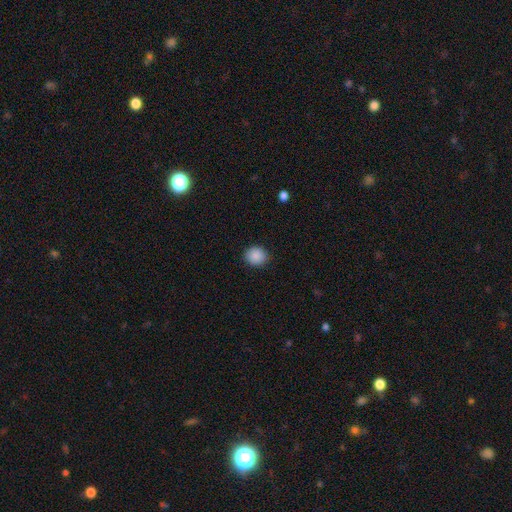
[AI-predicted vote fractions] Smooth or featured? Predicted: smooth (p=0.89). How rounded? Predicted: round (p=0.79). Merging? Predicted: none (p=0.90).